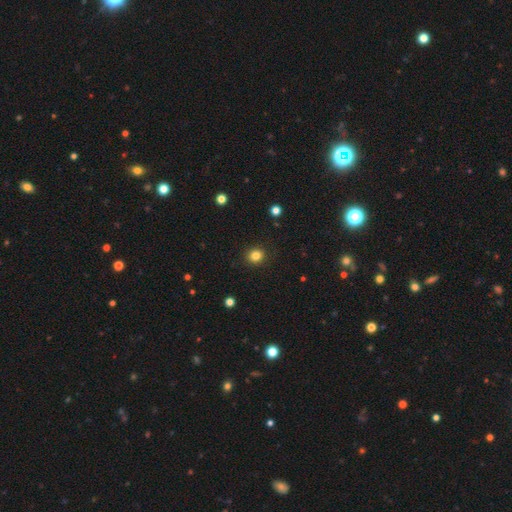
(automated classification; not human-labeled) A smooth galaxy with no disk features (83%) that is round (85%).

Vote fractions:
- Smooth or featured? smooth: 83% / star or artifact: 12% / featured or disk: 5%
- How rounded? round: 85% / in between: 14% / cigar-shaped: 1%
- Merging? none: 91% / minor disturbance: 6% / major disturbance: 2% / merger: 1%